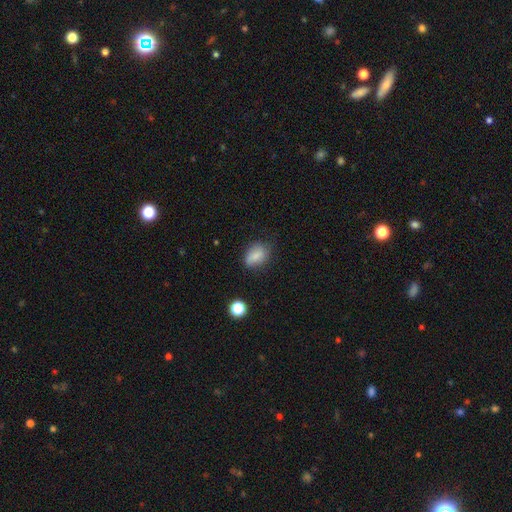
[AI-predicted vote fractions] Smooth or featured? Predicted: smooth (p=0.81). How rounded? Predicted: in between (p=0.78). Merging? Predicted: none (p=0.65).